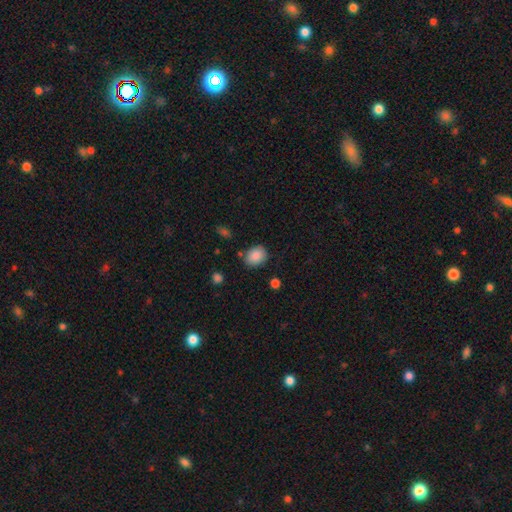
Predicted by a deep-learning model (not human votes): This is clearly a smooth galaxy (88%). How rounded: possibly round (53%). Merging: likely none (80%).